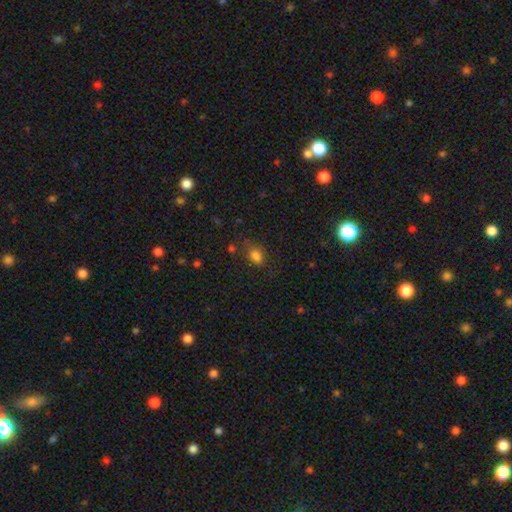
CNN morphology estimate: The model was most divided on "merging": none: 55%, minor disturbance: 24%, major disturbance: 11%, merger: 10%. More confident: smooth or featured — smooth (76%); how rounded — in between (68%).